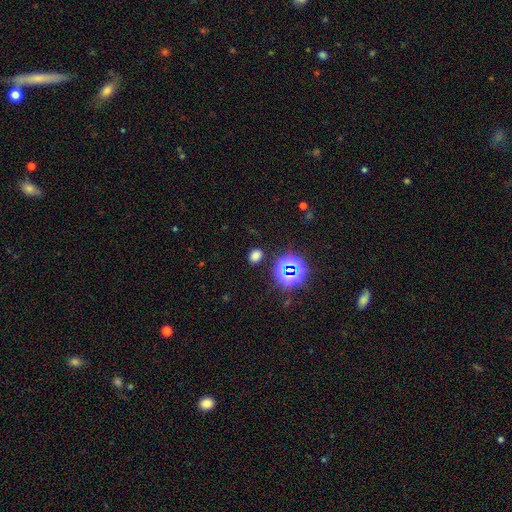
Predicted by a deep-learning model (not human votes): Overall: smooth (66%; star or artifact 29%). How rounded: in between (52%; round 46%). Merging: none (85%).